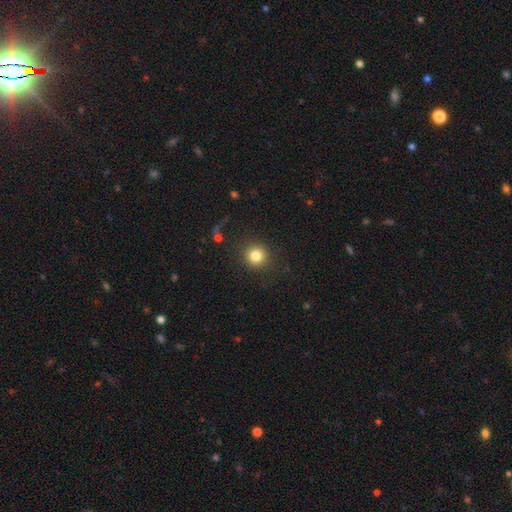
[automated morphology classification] The model was most divided on "smooth or featured": smooth: 82%, star or artifact: 11%, featured or disk: 7%. More confident: how rounded — round (92%); merging — none (88%).